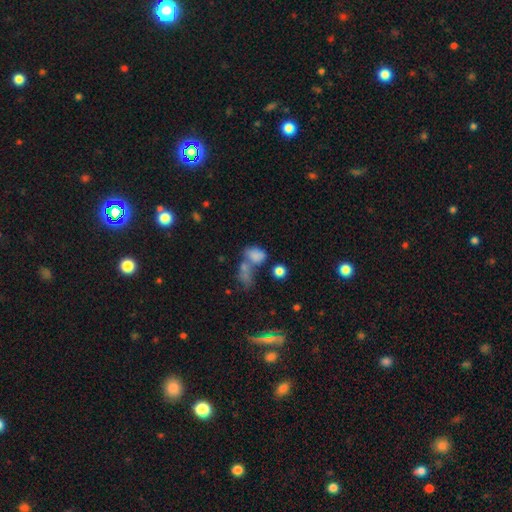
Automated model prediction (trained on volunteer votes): Q: Smooth or featured?
A: smooth (73%); runner-up: featured or disk (15%)
Q: How rounded?
A: in between (76%); runner-up: round (21%)
Q: Merging?
A: merger (52%); runner-up: none (24%)